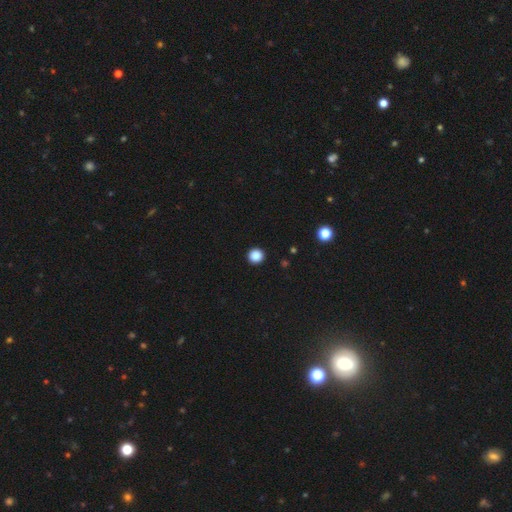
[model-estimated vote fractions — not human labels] The model was most divided on "smooth or featured": smooth: 87%, star or artifact: 10%, featured or disk: 2%. More confident: how rounded — round (95%); merging — none (93%).